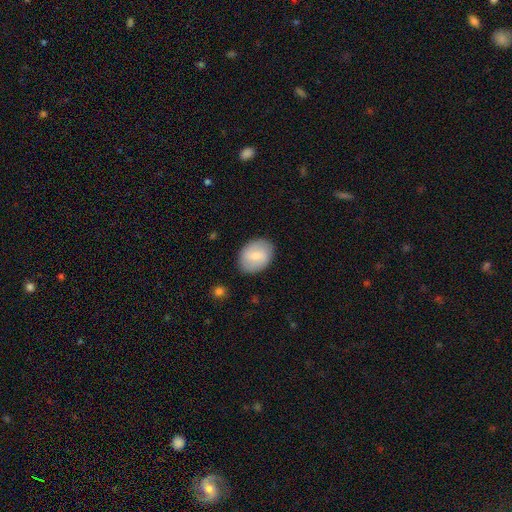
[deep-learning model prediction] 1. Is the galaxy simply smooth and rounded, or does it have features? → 63% smooth, 30% featured or disk, 6% star or artifact.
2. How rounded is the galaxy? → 66% in between, 33% round, 1% cigar-shaped.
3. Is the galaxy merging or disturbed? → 85% none, 11% minor disturbance, 3% major disturbance, 1% merger.